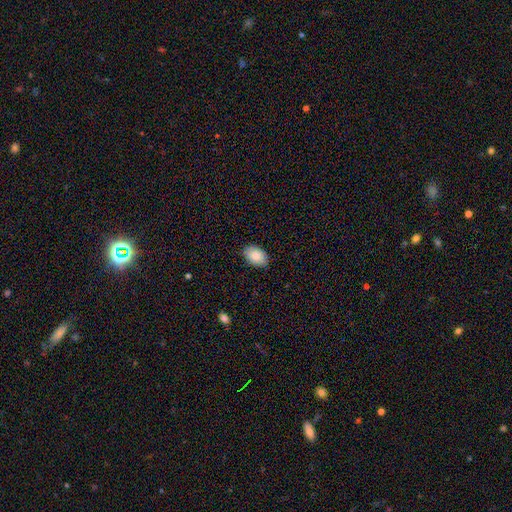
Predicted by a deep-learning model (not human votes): Overall: smooth (88%). How rounded: in between (89%). Merging: none (85%).